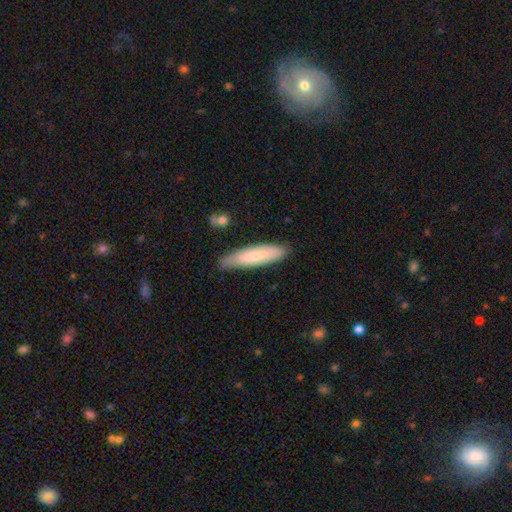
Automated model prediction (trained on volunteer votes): smooth-or-featured: smooth: 72% | featured or disk: 23% | star or artifact: 6%
  how-rounded: cigar-shaped: 75% | in between: 24% | round: 1%
  merging: none: 81% | minor disturbance: 15% | major disturbance: 2% | merger: 2%